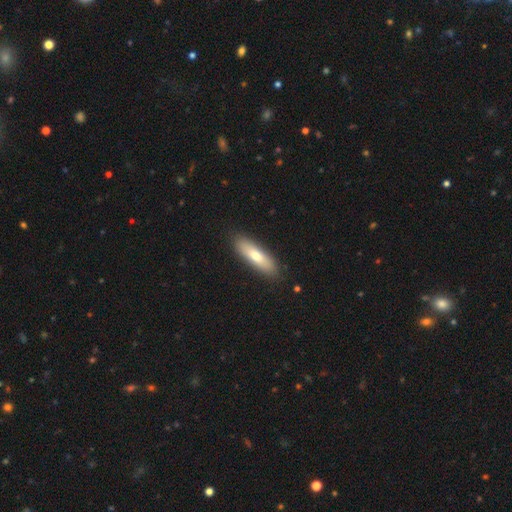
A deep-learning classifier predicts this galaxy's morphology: Smooth or featured?
  - smooth: 70% *
  - featured or disk: 24%
  - star or artifact: 6%
How rounded?
  - cigar-shaped: 58% *
  - in between: 40%
  - round: 2%
Merging?
  - none: 88% *
  - minor disturbance: 9%
  - major disturbance: 2%
  - merger: 1%